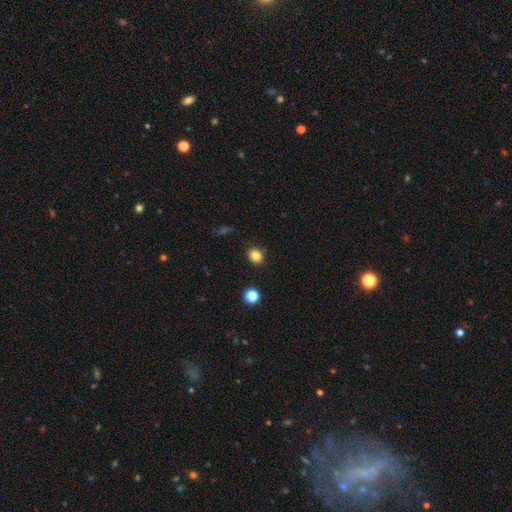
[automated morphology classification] Smooth or featured? Predicted: smooth (p=0.83). How rounded? Predicted: round (p=0.63). Merging? Predicted: none (p=0.87).